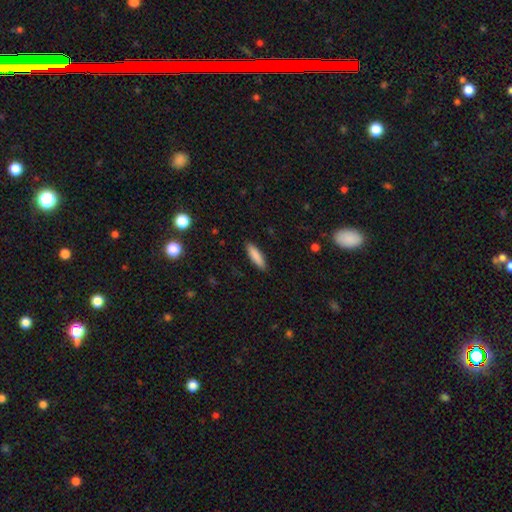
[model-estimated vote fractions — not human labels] smooth 86%, featured or disk 8%, star or artifact 6%. Down the decision tree: how rounded — cigar-shaped (66%); merging — none (89%).